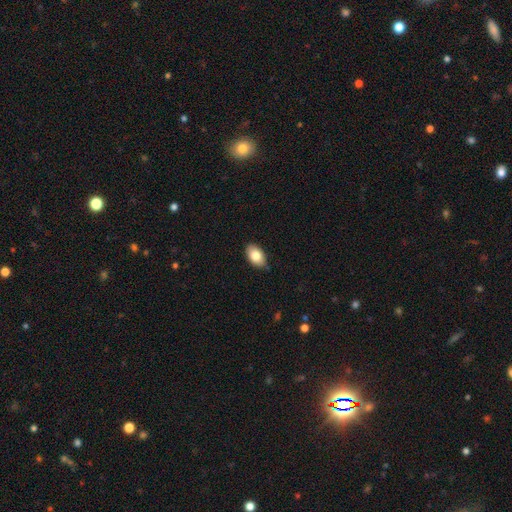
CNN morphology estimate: This appears to be a smooth galaxy with no disk features (82%) that is in between round and cigar-shaped (91%). Merging: none (85%).